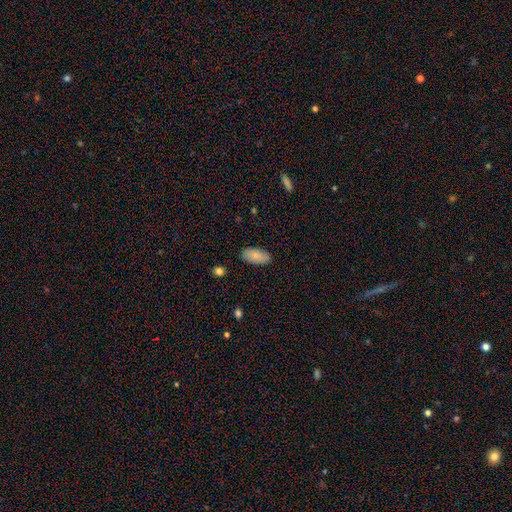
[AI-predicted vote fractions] smooth-or-featured: smooth: 85% | featured or disk: 9% | star or artifact: 6%
  how-rounded: in between: 93% | cigar-shaped: 4% | round: 2%
  merging: none: 86% | minor disturbance: 11% | major disturbance: 2% | merger: 1%